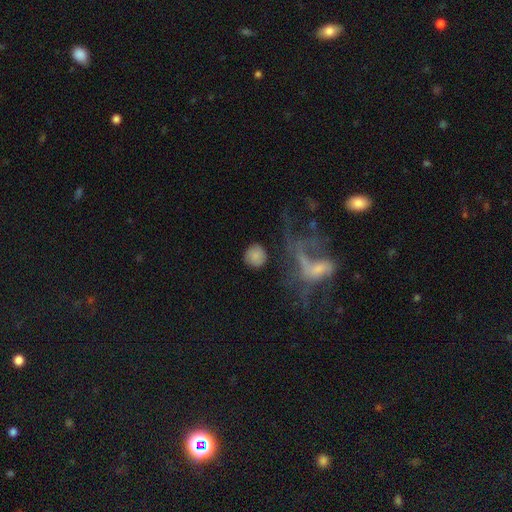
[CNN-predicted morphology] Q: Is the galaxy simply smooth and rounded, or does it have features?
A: smooth — 74%.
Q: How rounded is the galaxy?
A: round — 89%.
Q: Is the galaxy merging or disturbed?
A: none — 72%.